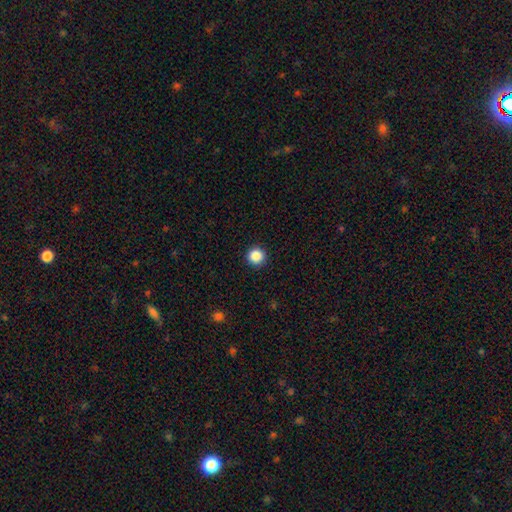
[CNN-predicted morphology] The model was most divided on "smooth or featured": smooth: 87%, star or artifact: 10%, featured or disk: 3%. More confident: how rounded — round (96%); merging — none (92%).